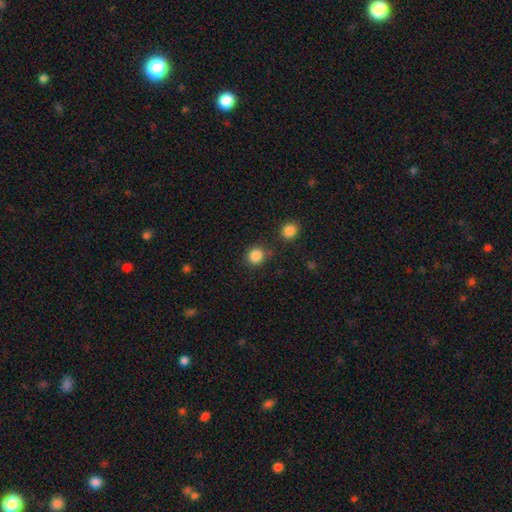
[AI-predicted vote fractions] Q: Smooth or featured?
A: smooth (86%); runner-up: star or artifact (11%)
Q: How rounded?
A: round (86%); runner-up: in between (13%)
Q: Merging?
A: none (76%); runner-up: minor disturbance (12%)